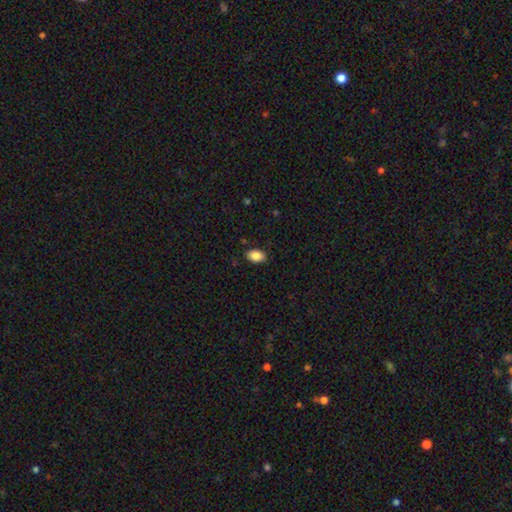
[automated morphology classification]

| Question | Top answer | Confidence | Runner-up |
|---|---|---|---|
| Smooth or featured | smooth | 86% | star or artifact (8%) |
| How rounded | in between | 89% | round (10%) |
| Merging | none | 86% | minor disturbance (11%) |